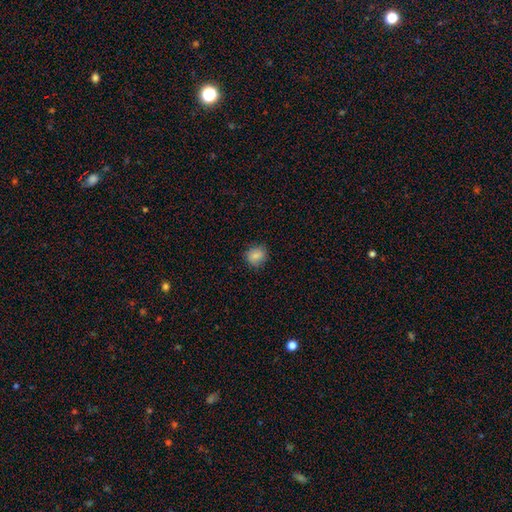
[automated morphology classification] Overall: smooth (83%). How rounded: round (80%). Merging: none (83%).